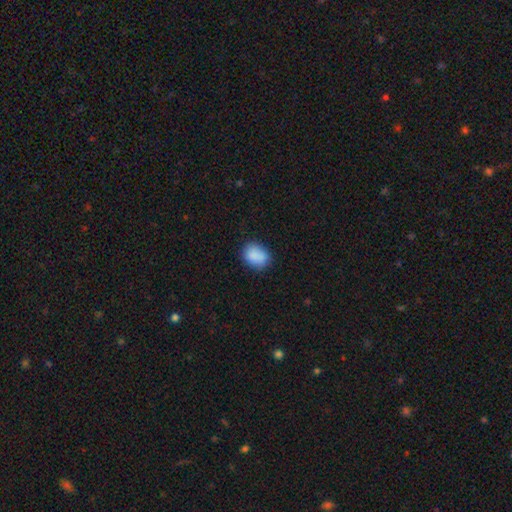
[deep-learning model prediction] A smooth galaxy with no disk features (88%) that is in between round and cigar-shaped (59%). Merging: none (78%).